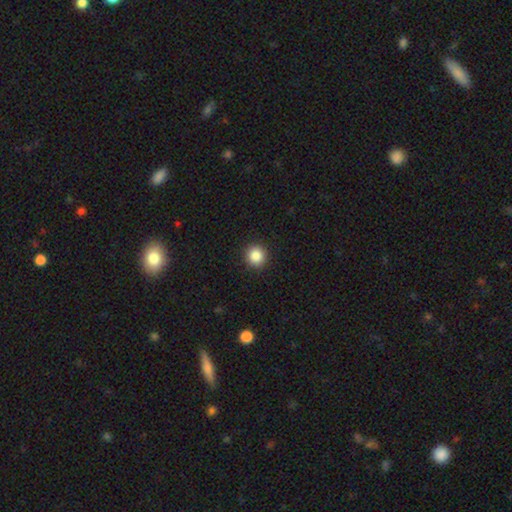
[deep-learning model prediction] Smooth or featured? Predicted: smooth (p=0.86). How rounded? Predicted: round (p=0.92). Merging? Predicted: none (p=0.92).